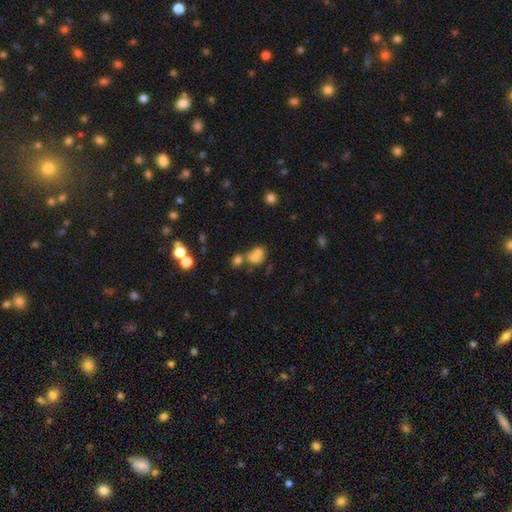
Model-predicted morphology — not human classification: Q: Smooth or featured?
A: smooth (65%); runner-up: featured or disk (19%)
Q: How rounded?
A: round (62%); runner-up: in between (37%)
Q: Merging?
A: merger (57%); runner-up: none (29%)